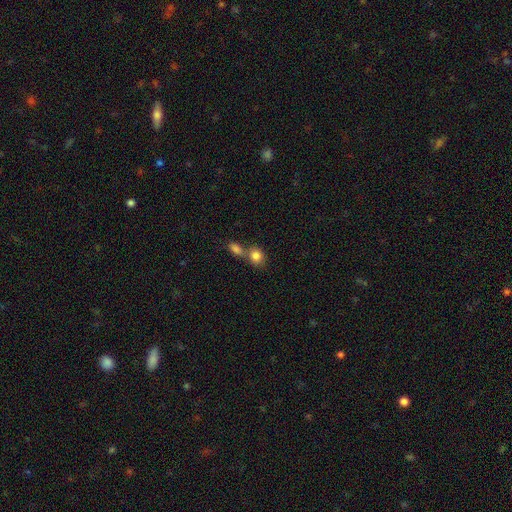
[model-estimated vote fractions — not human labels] smooth-or-featured: smooth: 83% | star or artifact: 9% | featured or disk: 8%
  how-rounded: round: 61% | in between: 38% | cigar-shaped: 2%
  merging: merger: 50% | none: 39% | minor disturbance: 8% | major disturbance: 3%